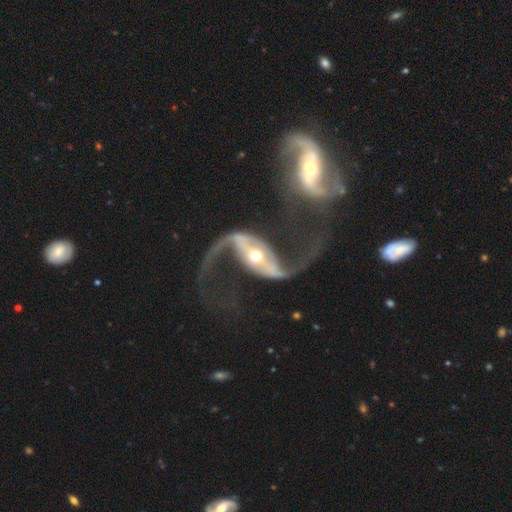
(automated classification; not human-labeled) Morphology: type=featured or disk (91%); edge-on=no (95%); bar=strong (46%); spiral arms=yes (96%); winding=loose (88%); arm count=2 (93%); bulge=moderate (72%); merging=none (60%).